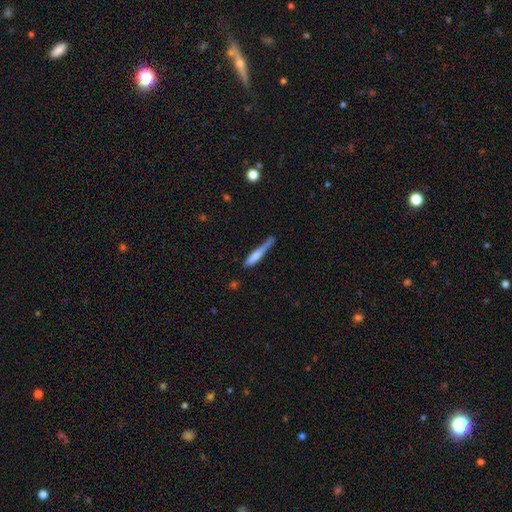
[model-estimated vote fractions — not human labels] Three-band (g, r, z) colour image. It shows a smooth galaxy with no disk features (69%) that is cigar-shaped (91%). Merging: none (45%).